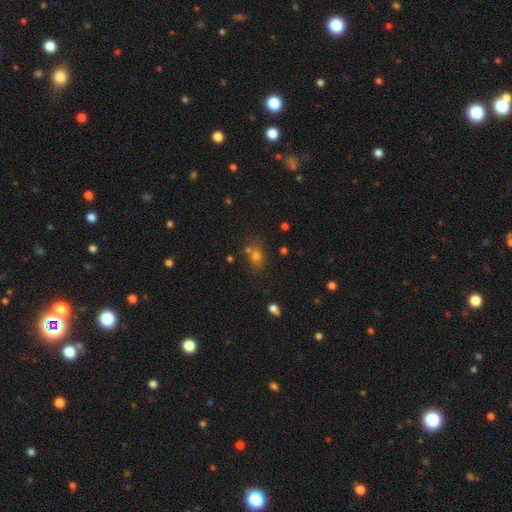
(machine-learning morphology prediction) The model was most divided on "how rounded": round: 58%, in between: 40%, cigar-shaped: 2%. More confident: smooth or featured — smooth (64%); merging — none (63%).